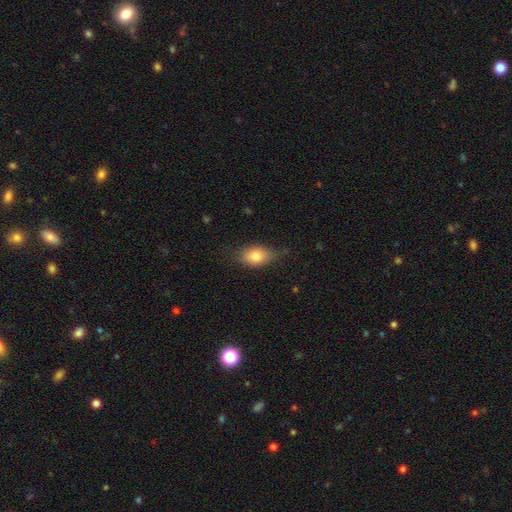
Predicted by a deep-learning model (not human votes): Smooth or featured?
  - smooth: 79% *
  - featured or disk: 13%
  - star or artifact: 8%
How rounded?
  - in between: 83% *
  - round: 14%
  - cigar-shaped: 4%
Merging?
  - none: 71% *
  - minor disturbance: 23%
  - major disturbance: 5%
  - merger: 1%